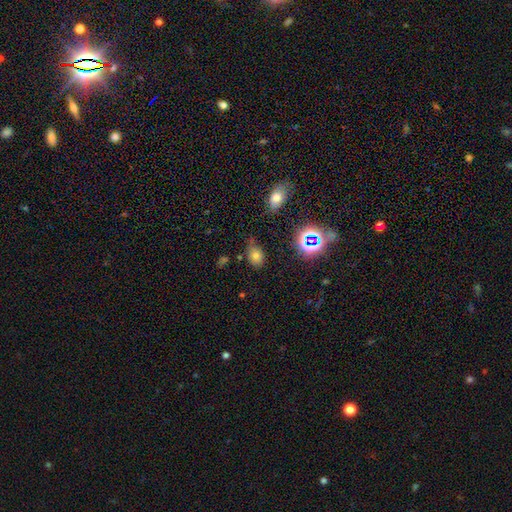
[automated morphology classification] Smooth or featured: smooth — 68% (star or artifact — 22%)
How rounded: in between — 70% (round — 28%)
Merging: none — 66% (minor disturbance — 24%)